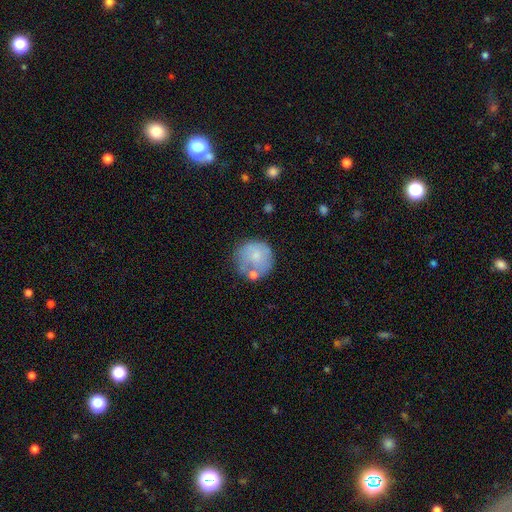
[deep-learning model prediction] Smooth or featured?
  - smooth: 65% *
  - featured or disk: 27%
  - star or artifact: 8%
How rounded?
  - round: 89% *
  - in between: 10%
  - cigar-shaped: 1%
Merging?
  - none: 53% *
  - minor disturbance: 22%
  - merger: 14%
  - major disturbance: 11%